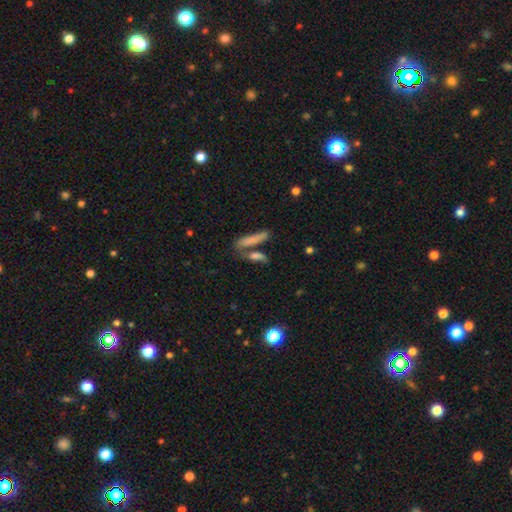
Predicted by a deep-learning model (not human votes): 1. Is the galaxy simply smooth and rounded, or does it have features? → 72% smooth, 18% featured or disk, 11% star or artifact.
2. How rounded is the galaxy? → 65% cigar-shaped, 31% in between, 5% round.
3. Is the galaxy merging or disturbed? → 49% none, 33% merger, 11% minor disturbance, 6% major disturbance.